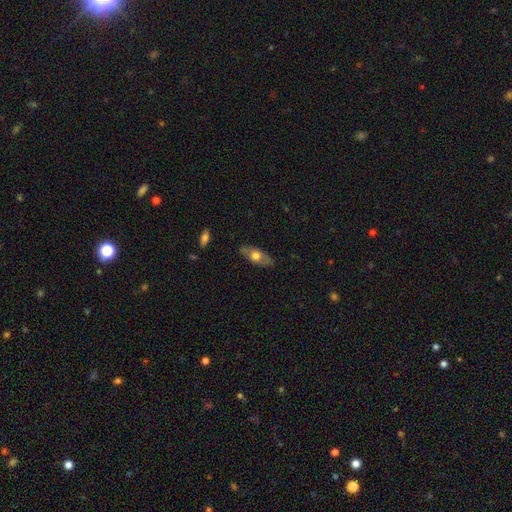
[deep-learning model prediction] Morphology: type=smooth (54%); roundness=in between (78%); merging=none (83%).